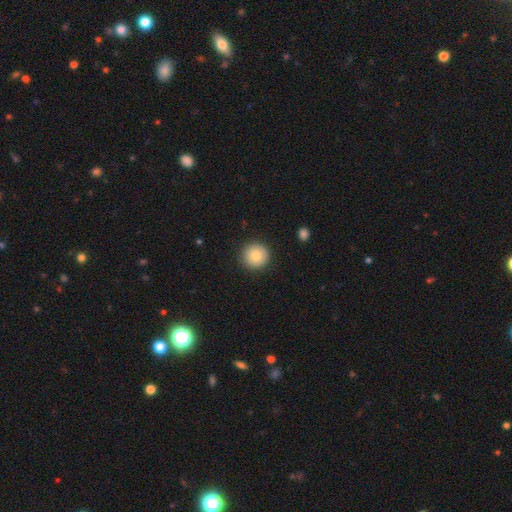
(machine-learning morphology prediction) Overall: smooth (83%). How rounded: round (95%). Merging: none (91%).